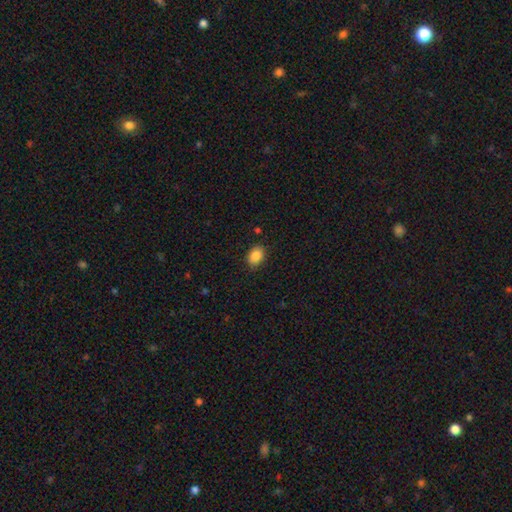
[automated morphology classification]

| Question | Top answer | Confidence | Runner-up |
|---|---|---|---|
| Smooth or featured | smooth | 87% | star or artifact (8%) |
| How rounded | in between | 78% | round (20%) |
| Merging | none | 85% | minor disturbance (11%) |